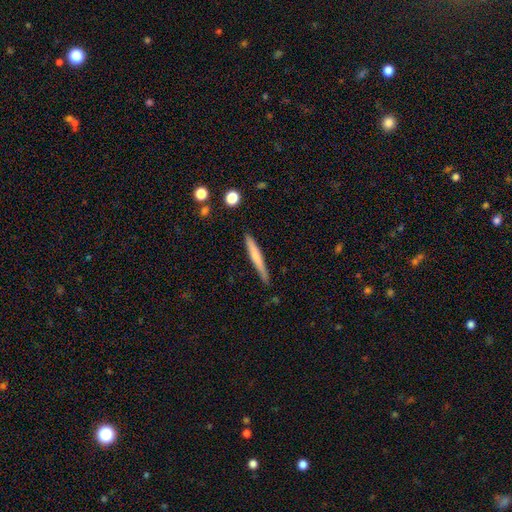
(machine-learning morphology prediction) Smooth or featured?
  - smooth: 62% *
  - featured or disk: 32%
  - star or artifact: 6%
How rounded?
  - cigar-shaped: 96% *
  - in between: 3%
  - round: 1%
Merging?
  - none: 85% *
  - minor disturbance: 12%
  - major disturbance: 2%
  - merger: 2%